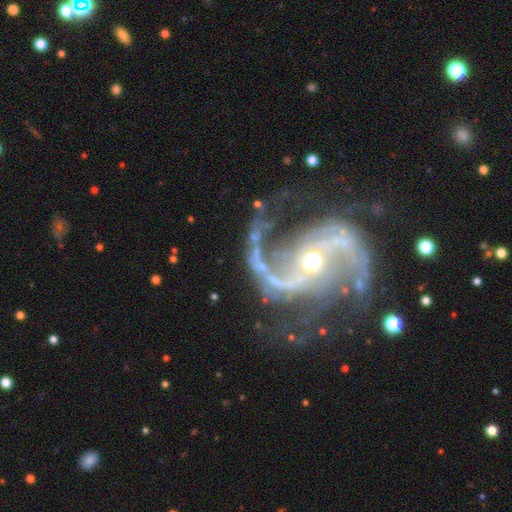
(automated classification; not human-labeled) Morphology: type=featured or disk (93%); edge-on=no (98%); bar=weak (36%); spiral arms=yes (98%); winding=medium (46%); arm count=2 (91%); bulge=moderate (54%); merging=none (67%).